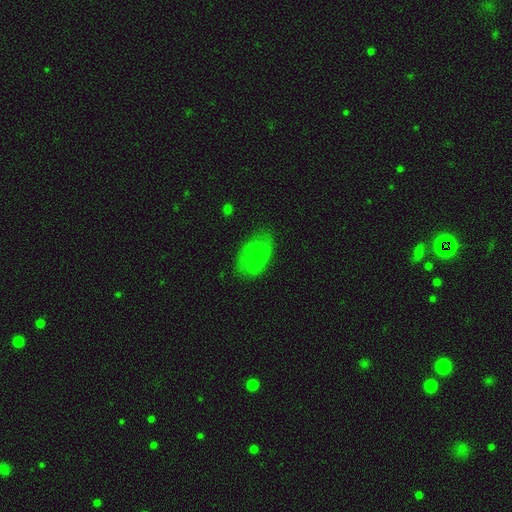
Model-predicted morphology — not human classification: A smooth galaxy with no disk features (60%) that is in between round and cigar-shaped (90%).

Vote fractions:
- Smooth or featured? smooth: 60% / featured or disk: 29% / star or artifact: 11%
- How rounded? in between: 90% / round: 8% / cigar-shaped: 2%
- Merging? none: 73% / minor disturbance: 19% / major disturbance: 6% / merger: 1%